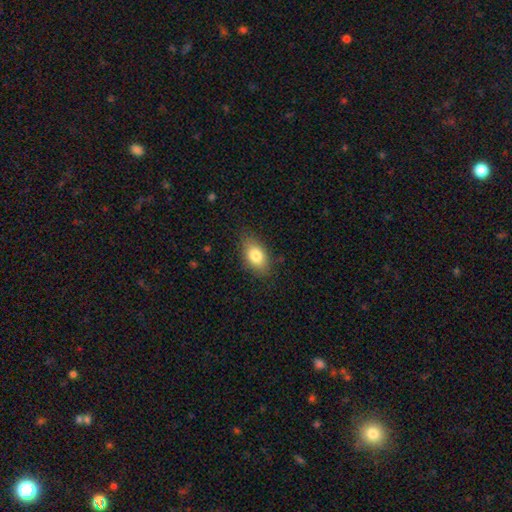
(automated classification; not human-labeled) The model was most divided on "merging": none: 80%, minor disturbance: 15%, major disturbance: 4%, merger: 1%. More confident: how rounded — in between (88%); smooth or featured — smooth (81%).